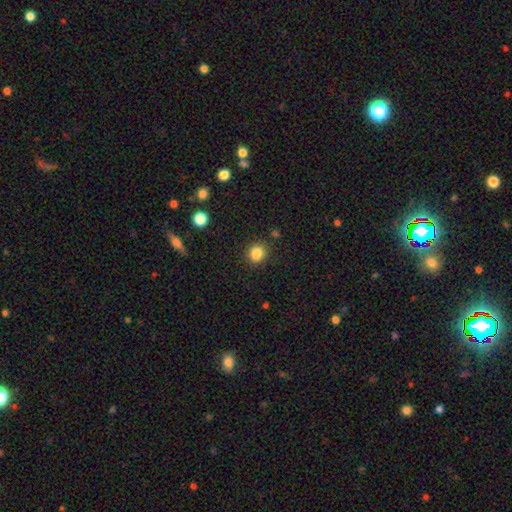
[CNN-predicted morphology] Smooth or featured? smooth (84%)
How rounded? round (78%)
Merging? none (85%)